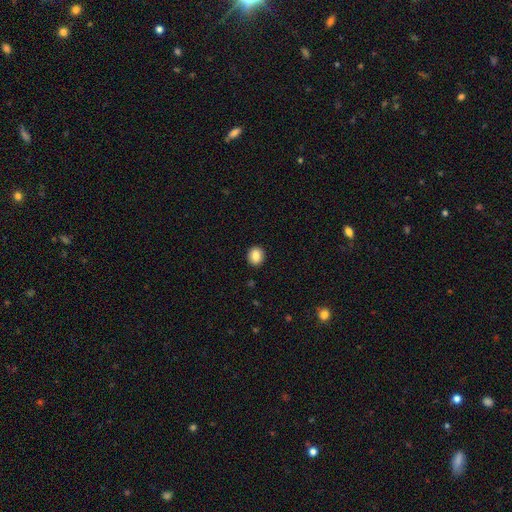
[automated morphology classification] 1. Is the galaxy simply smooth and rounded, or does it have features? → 86% smooth, 9% star or artifact, 5% featured or disk.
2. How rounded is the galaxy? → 72% round, 28% in between, 1% cigar-shaped.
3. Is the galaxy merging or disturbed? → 91% none, 6% minor disturbance, 2% major disturbance, 1% merger.